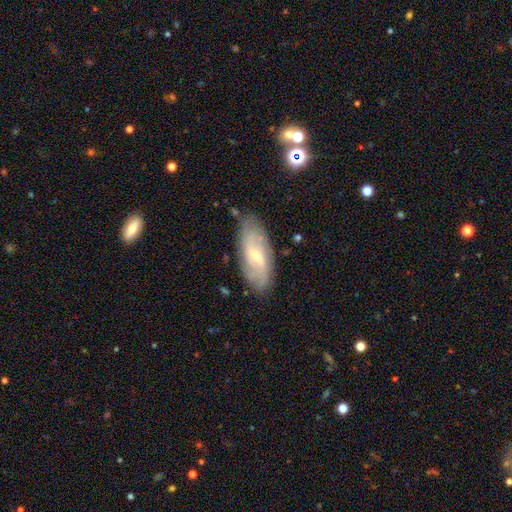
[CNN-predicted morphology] Q: Smooth or featured?
A: featured or disk (66%); runner-up: smooth (27%)
Q: Edge-on disk?
A: no (89%); runner-up: yes (11%)
Q: Bar?
A: weak (49%); runner-up: no (37%)
Q: Spiral arms?
A: yes (85%); runner-up: no (15%)
Q: Spiral winding?
A: medium (38%); runner-up: tight (32%)
Q: Spiral arm count?
A: 2 (46%); runner-up: can't tell (35%)
Q: Bulge size?
A: small (67%); runner-up: moderate (29%)
Q: Merging?
A: none (79%); runner-up: minor disturbance (16%)